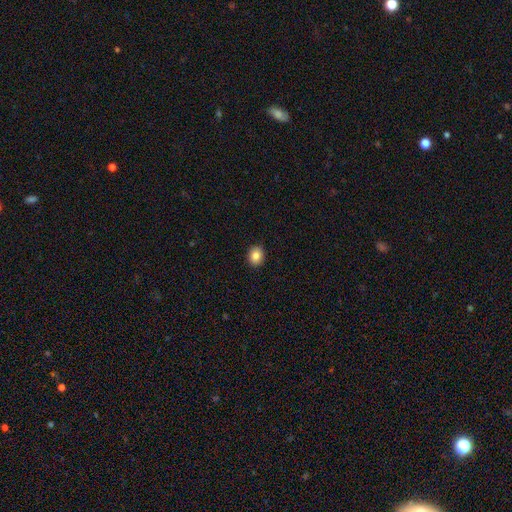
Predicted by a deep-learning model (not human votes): Overall: smooth (84%). How rounded: round (59%; in between 40%). Merging: none (90%).